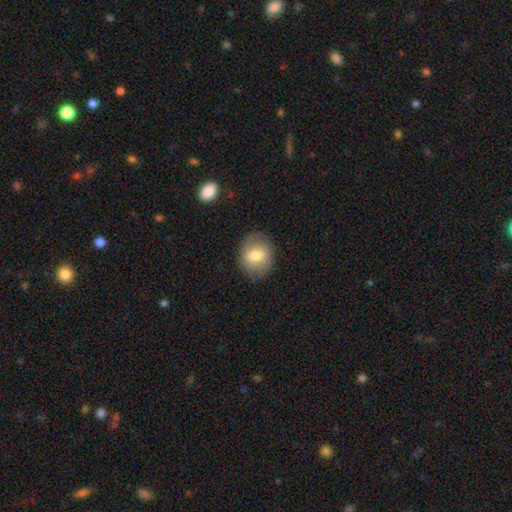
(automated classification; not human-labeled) smooth 70%, featured or disk 22%, star or artifact 8%. Down the decision tree: how rounded — round (54%); merging — none (79%).